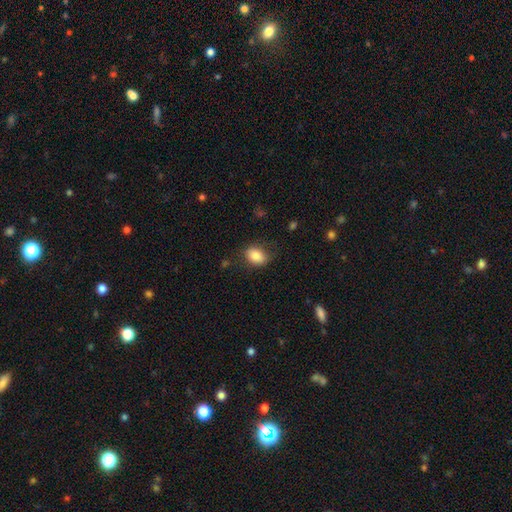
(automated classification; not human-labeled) This appears to be a smooth galaxy with no disk features (84%) that is in between round and cigar-shaped (73%). Merging: none (72%).